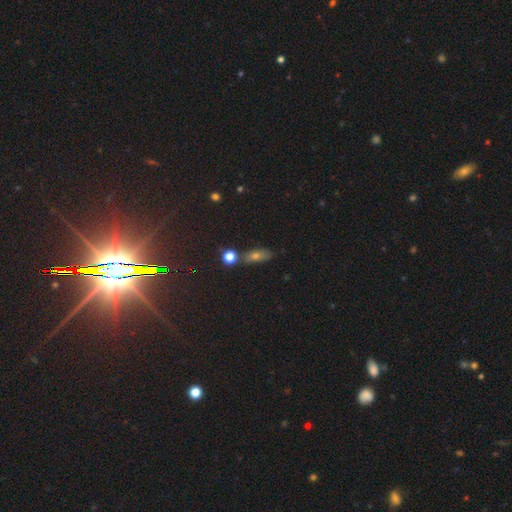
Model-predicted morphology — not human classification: smooth 57%, star or artifact 27%, featured or disk 17%. Down the decision tree: how rounded — in between (64%); merging — none (72%).